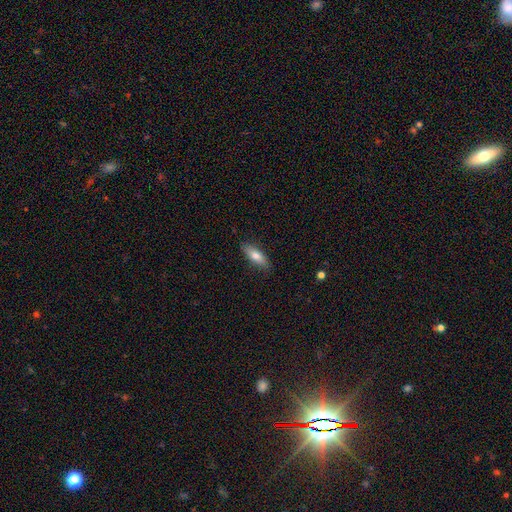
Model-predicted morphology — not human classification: Smooth or featured: smooth — 75% (featured or disk — 19%)
How rounded: in between — 61% (cigar-shaped — 36%)
Merging: none — 85% (minor disturbance — 12%)